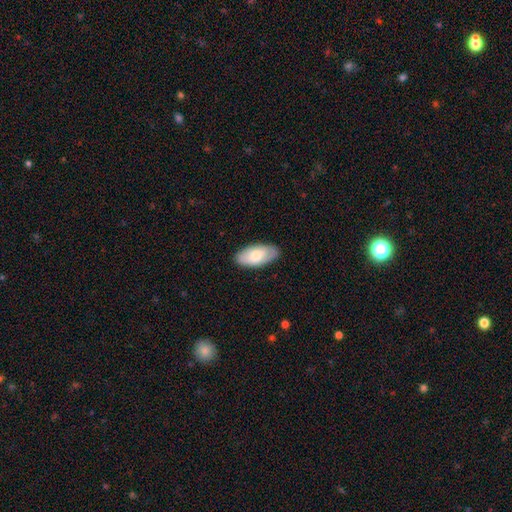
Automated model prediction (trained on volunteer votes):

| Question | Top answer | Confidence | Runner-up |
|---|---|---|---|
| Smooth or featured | smooth | 73% | featured or disk (21%) |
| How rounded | in between | 94% | cigar-shaped (4%) |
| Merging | none | 84% | minor disturbance (12%) |